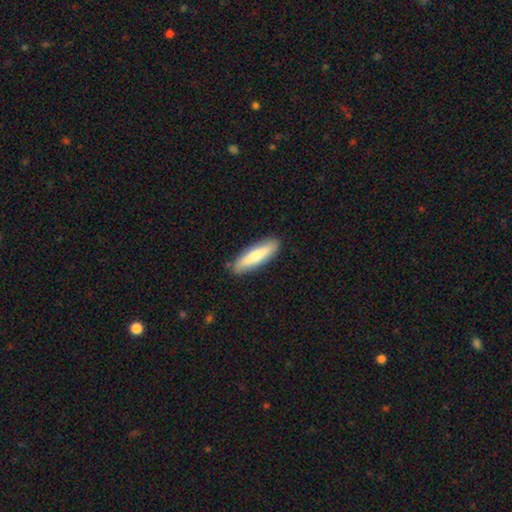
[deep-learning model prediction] Smooth or featured: smooth — 71% (featured or disk — 24%)
How rounded: cigar-shaped — 69% (in between — 30%)
Merging: none — 86% (minor disturbance — 10%)